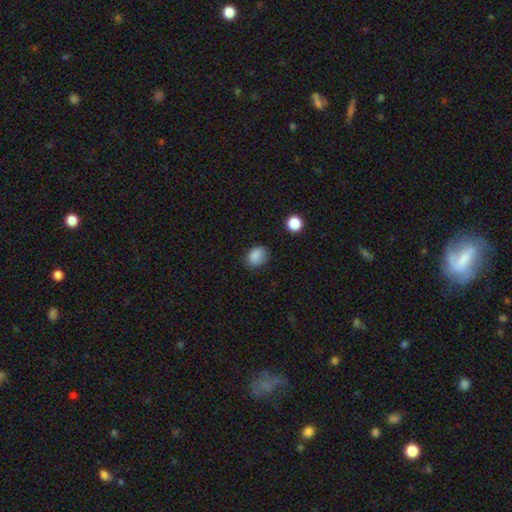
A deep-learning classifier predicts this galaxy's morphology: The model was most divided on "how rounded": in between: 52%, round: 47%, cigar-shaped: 1%. More confident: smooth or featured — smooth (85%); merging — none (72%).